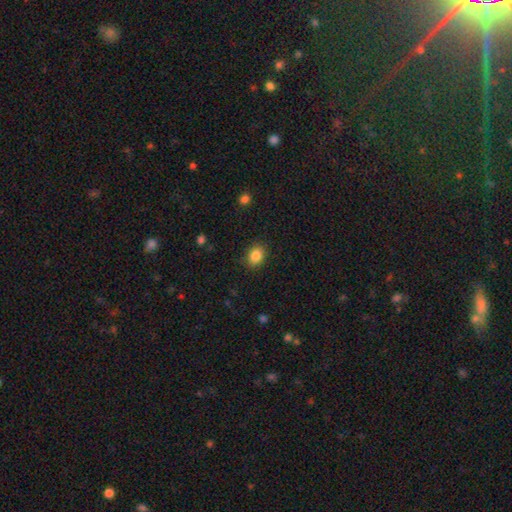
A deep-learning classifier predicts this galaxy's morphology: Smooth or featured? Predicted: smooth (p=0.86). How rounded? Predicted: in between (p=0.58). Merging? Predicted: none (p=0.86).